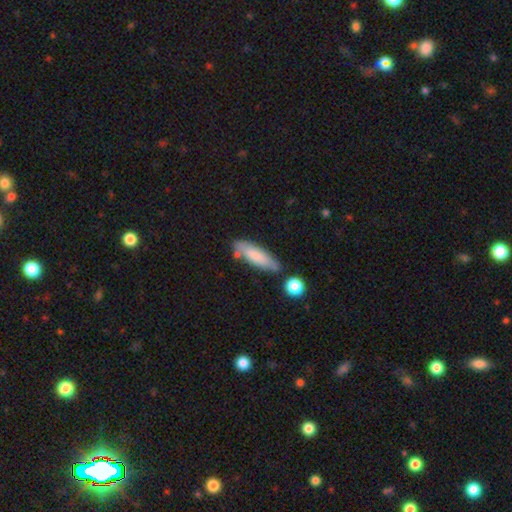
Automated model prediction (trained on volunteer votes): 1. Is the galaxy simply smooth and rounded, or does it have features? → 77% smooth, 17% featured or disk, 6% star or artifact.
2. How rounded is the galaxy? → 57% cigar-shaped, 41% in between, 2% round.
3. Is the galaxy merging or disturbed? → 71% none, 17% minor disturbance, 9% merger, 4% major disturbance.